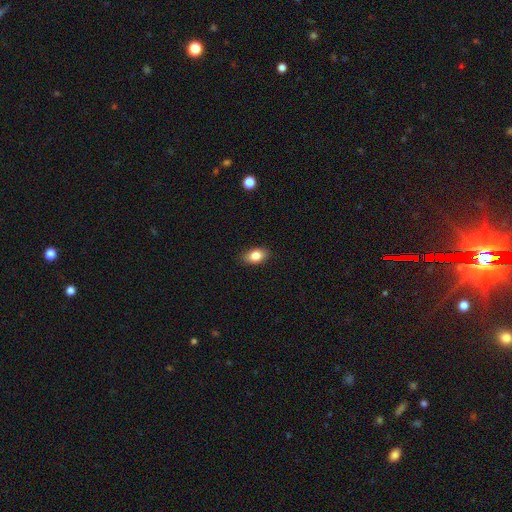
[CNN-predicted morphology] Smooth or featured? smooth (84%)
How rounded? in between (87%)
Merging? none (87%)